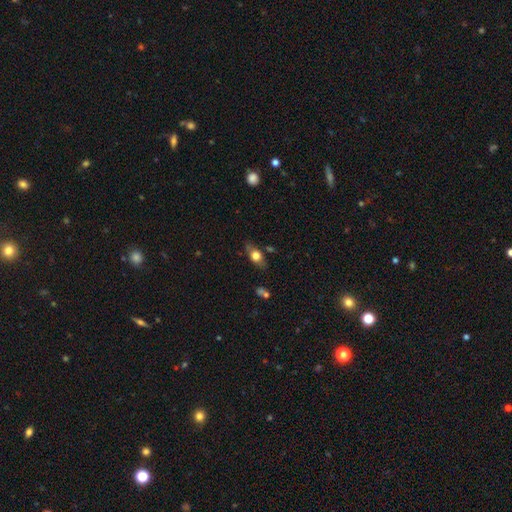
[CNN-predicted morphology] smooth_or_featured: smooth (p=0.62) [alt: featured or disk p=0.29]
how_rounded: in between (p=0.68) [alt: round p=0.19]
merging: none (p=0.72) [alt: minor disturbance p=0.19]